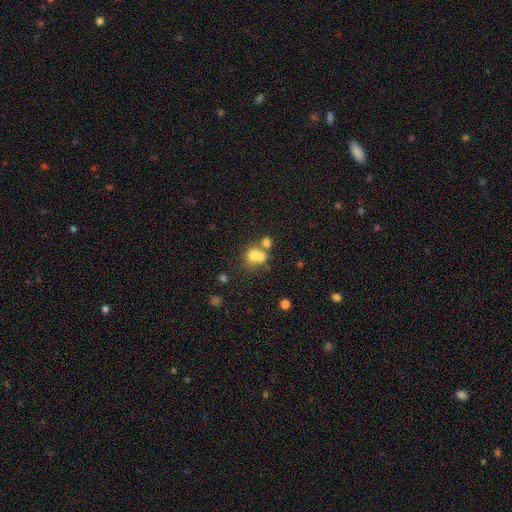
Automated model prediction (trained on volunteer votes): Smooth or featured? smooth (67%)
How rounded? round (76%)
Merging? merger (55%)